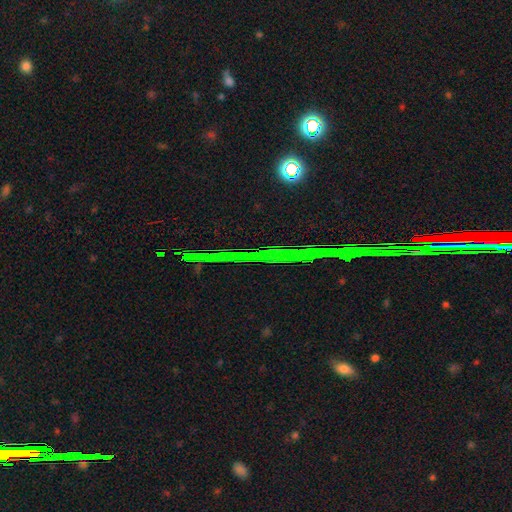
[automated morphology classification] This is clearly a star or artifact rather than a galaxy (82%).